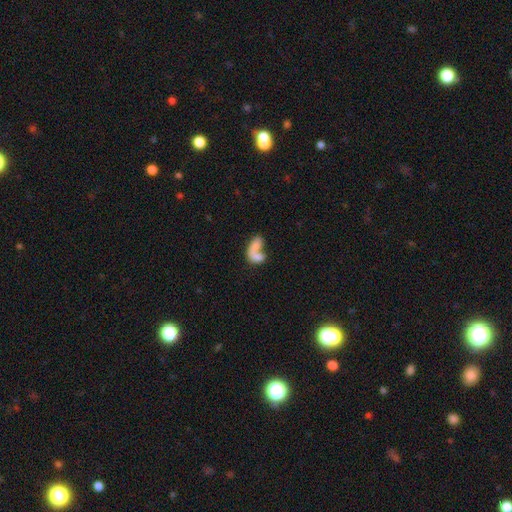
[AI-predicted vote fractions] The model was most divided on "smooth or featured": smooth: 66%, featured or disk: 25%, star or artifact: 10%. More confident: how rounded — in between (77%); merging — merger (63%).